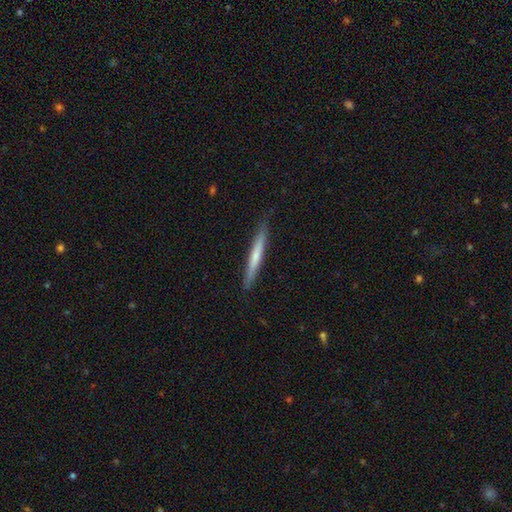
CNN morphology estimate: Smooth or featured? smooth (55%)
How rounded? cigar-shaped (96%)
Merging? none (87%)